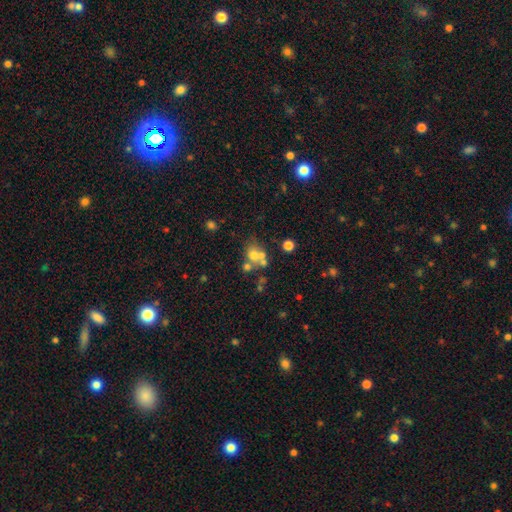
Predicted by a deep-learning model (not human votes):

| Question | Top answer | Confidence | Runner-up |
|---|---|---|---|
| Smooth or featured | smooth | 56% | featured or disk (27%) |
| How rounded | round | 70% | in between (29%) |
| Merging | merger | 45% | none (38%) |